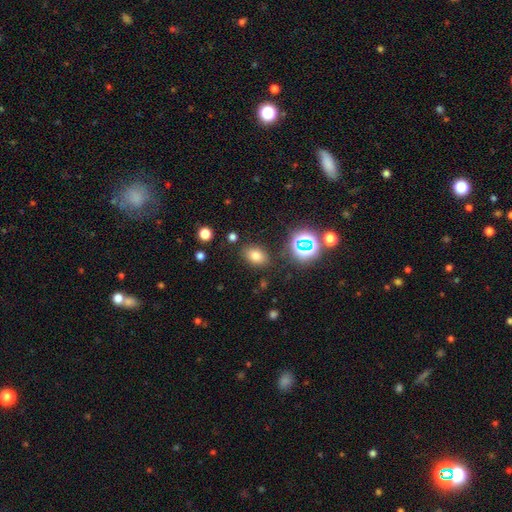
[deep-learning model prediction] Morphology: type=smooth (73%); roundness=in between (75%); merging=none (83%).